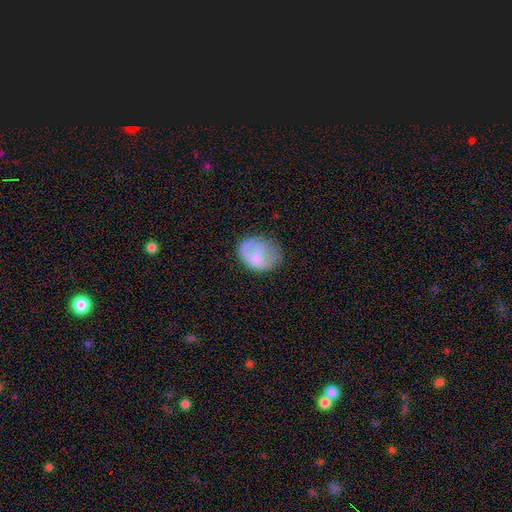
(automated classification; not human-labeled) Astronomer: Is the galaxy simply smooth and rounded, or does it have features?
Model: smooth — 65%.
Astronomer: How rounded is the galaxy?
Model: in between — 58% (runner-up: round, 41%).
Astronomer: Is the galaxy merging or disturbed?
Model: none — 48% (runner-up: minor disturbance, 30%).